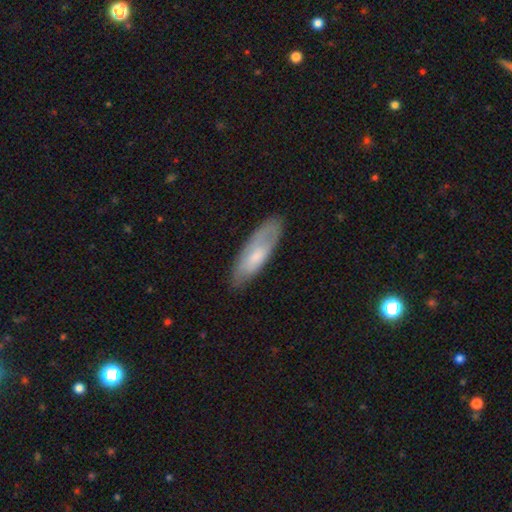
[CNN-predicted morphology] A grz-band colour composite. It shows a smooth galaxy with no disk features (61%) that is in between round and cigar-shaped (54%). Merging: none (76%).